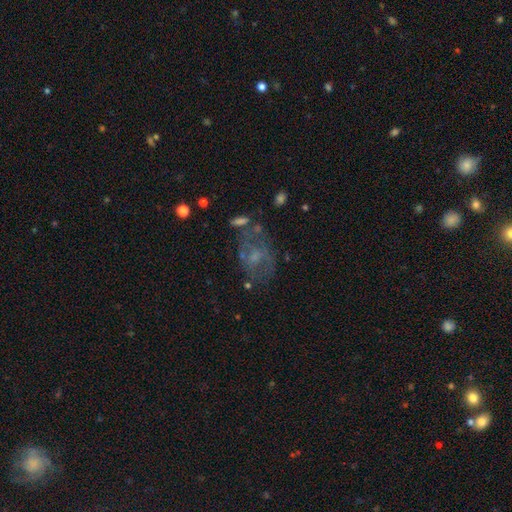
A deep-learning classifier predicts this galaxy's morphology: Smooth or featured? featured or disk (57%)
Edge-on disk? no (96%)
Bar? no (63%)
Spiral arms? no (53%)
Bulge size? small (40%)
Merging? none (48%)